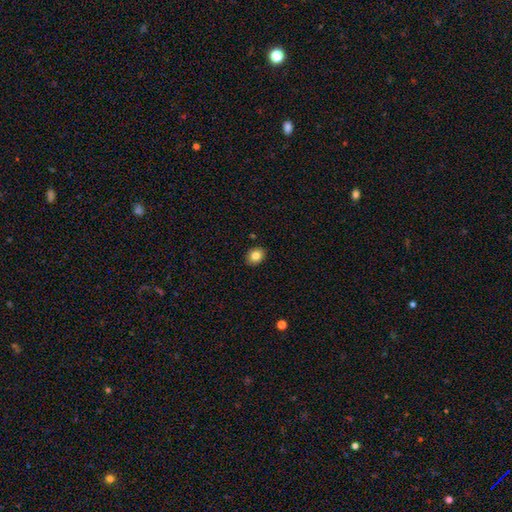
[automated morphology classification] This is clearly a smooth galaxy (83%). How rounded: possibly round (52%). Merging: clearly none (90%).